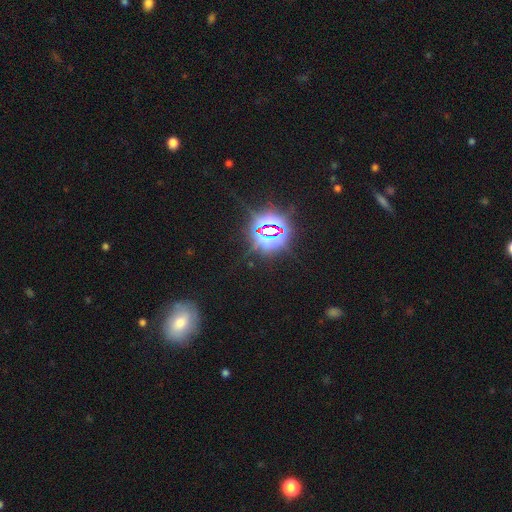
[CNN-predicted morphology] Smooth or featured? star or artifact (72%)